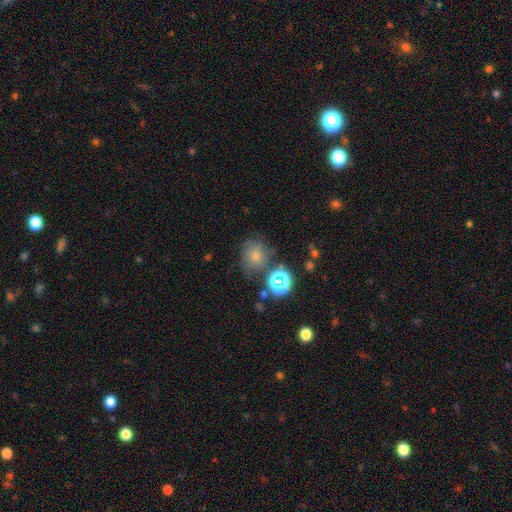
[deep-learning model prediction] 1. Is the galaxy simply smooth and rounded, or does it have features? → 63% smooth, 21% star or artifact, 16% featured or disk.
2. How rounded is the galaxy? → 76% round, 23% in between, 1% cigar-shaped.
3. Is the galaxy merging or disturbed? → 59% none, 21% minor disturbance, 11% major disturbance, 9% merger.